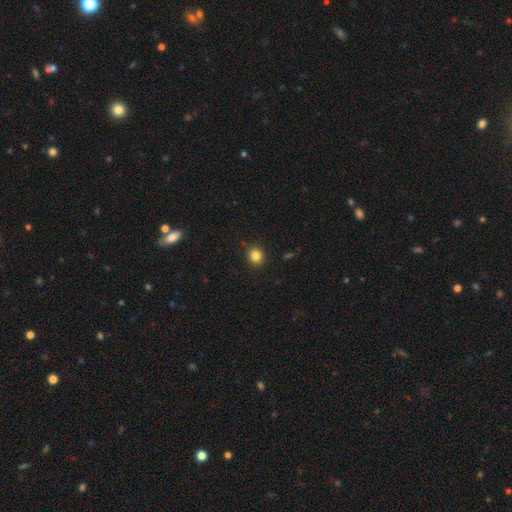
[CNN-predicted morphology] smooth 84%, star or artifact 11%, featured or disk 5%. Down the decision tree: how rounded — round (84%); merging — none (90%).